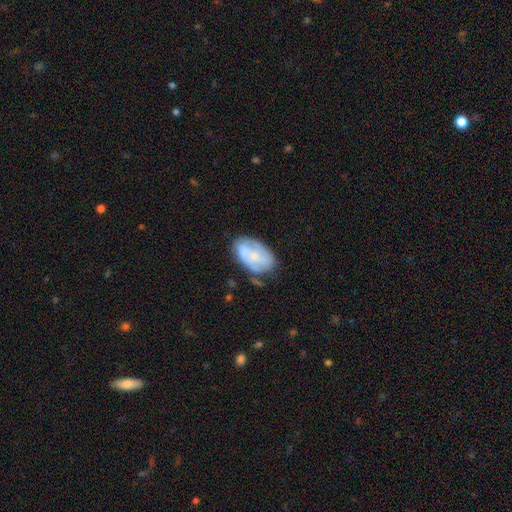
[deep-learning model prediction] The model was most divided on "spiral arms": yes: 55%, no: 45%. More confident: edge-on disk — no (96%); bar — no (77%); bulge size — small (57%); smooth or featured — featured or disk (54%); merging — none (51%).